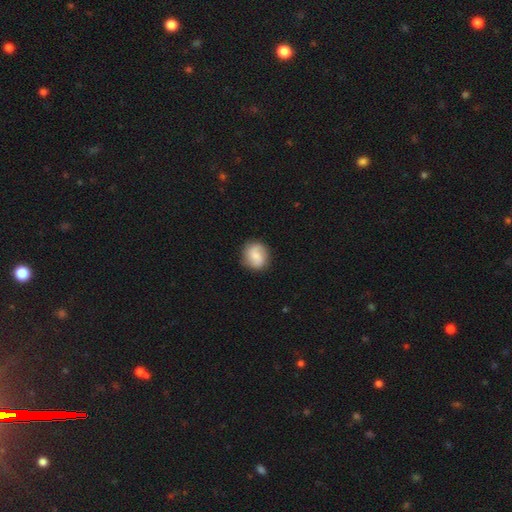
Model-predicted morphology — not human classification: smooth-or-featured: smooth: 56% | featured or disk: 37% | star or artifact: 7%
  how-rounded: round: 81% | in between: 18% | cigar-shaped: 1%
  merging: none: 83% | minor disturbance: 12% | major disturbance: 3% | merger: 1%